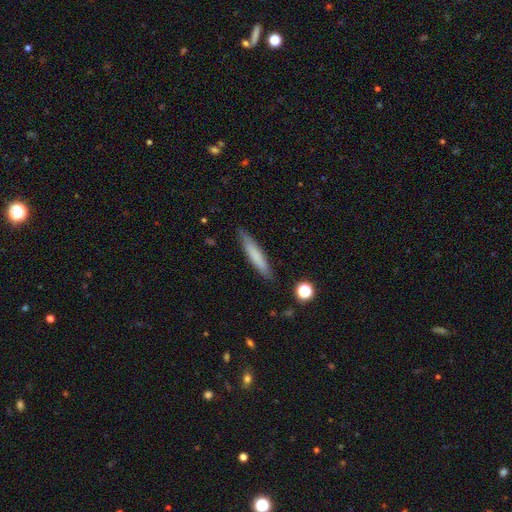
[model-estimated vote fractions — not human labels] This appears to be a smooth galaxy with no disk features (73%) that is cigar-shaped (92%). Merging: none (87%).